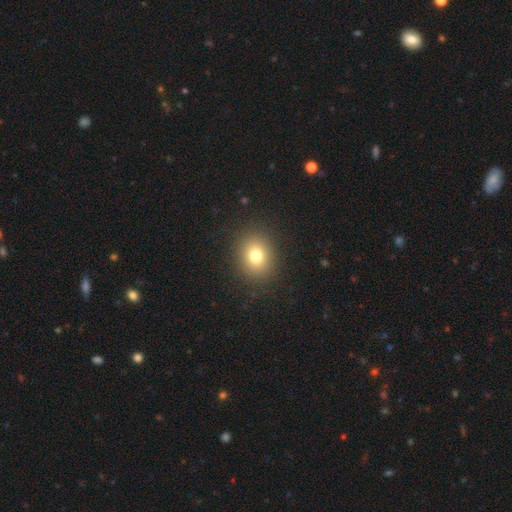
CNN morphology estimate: Overall: smooth (78%). How rounded: round (57%; in between 42%). Merging: none (88%).